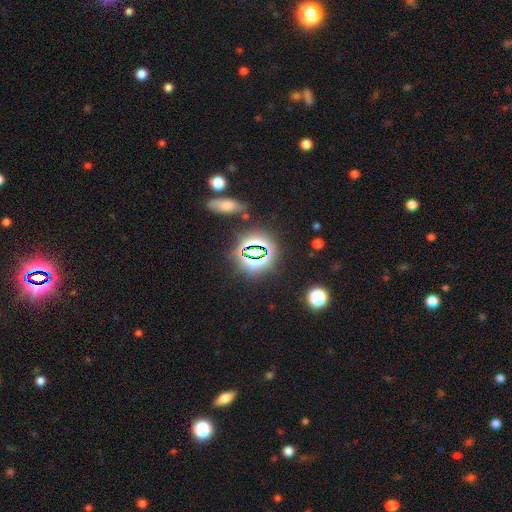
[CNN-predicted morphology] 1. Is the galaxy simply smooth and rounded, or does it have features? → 72% star or artifact, 19% smooth, 9% featured or disk.